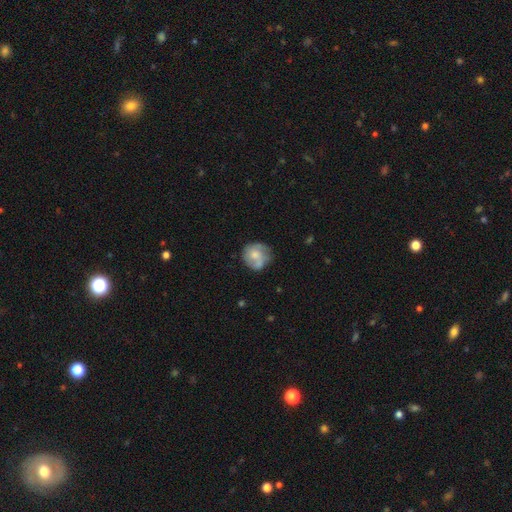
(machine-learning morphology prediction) Smooth or featured? smooth (56%)
How rounded? round (83%)
Merging? none (54%)